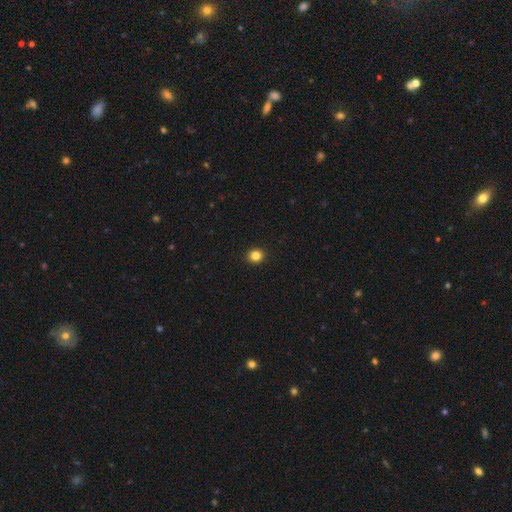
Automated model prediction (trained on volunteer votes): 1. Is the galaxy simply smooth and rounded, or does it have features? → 84% smooth, 12% star or artifact, 4% featured or disk.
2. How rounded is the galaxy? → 83% round, 16% in between, 1% cigar-shaped.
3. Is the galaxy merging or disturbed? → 93% none, 5% minor disturbance, 1% major disturbance, 1% merger.